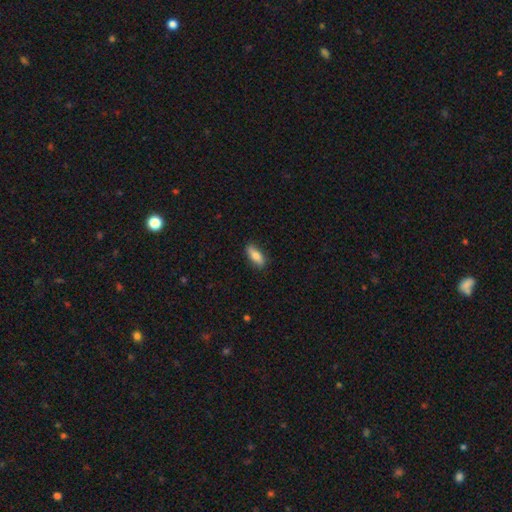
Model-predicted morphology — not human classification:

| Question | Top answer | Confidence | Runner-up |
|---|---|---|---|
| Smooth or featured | smooth | 76% | featured or disk (18%) |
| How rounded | in between | 67% | cigar-shaped (30%) |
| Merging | none | 86% | minor disturbance (11%) |